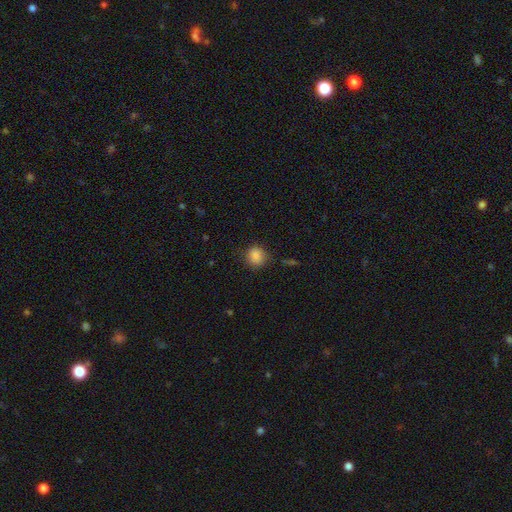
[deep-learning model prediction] smooth-or-featured: smooth: 86% | star or artifact: 10% | featured or disk: 4%
  how-rounded: round: 70% | in between: 29% | cigar-shaped: 1%
  merging: none: 77% | minor disturbance: 17% | major disturbance: 4% | merger: 2%